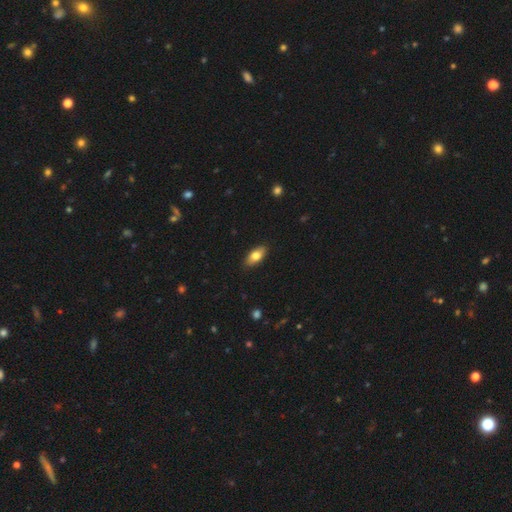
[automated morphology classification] This is likely a smooth galaxy (77%). How rounded: clearly in between (88%). Merging: clearly none (88%).